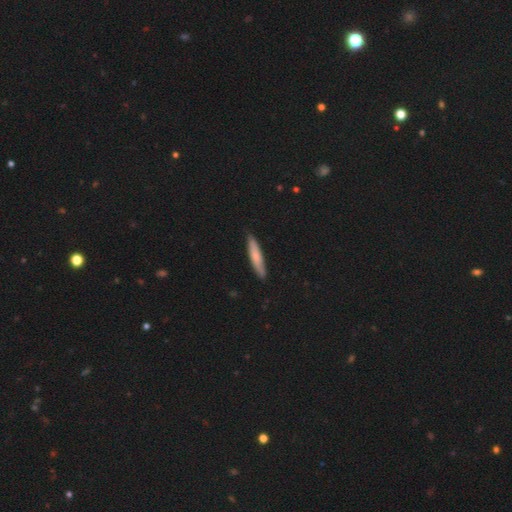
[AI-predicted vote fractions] The model was most divided on "smooth or featured": smooth: 70%, featured or disk: 25%, star or artifact: 5%. More confident: how rounded — cigar-shaped (88%); merging — none (87%).